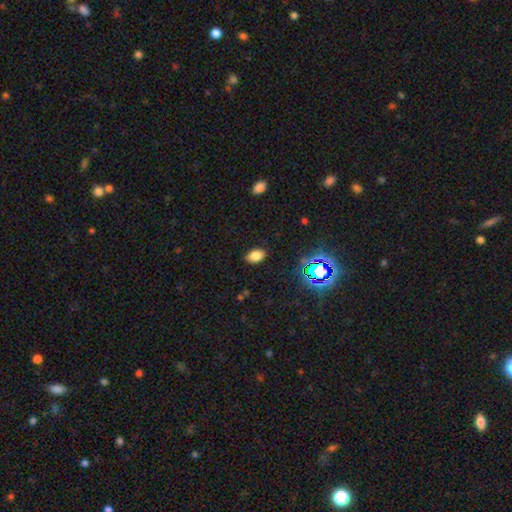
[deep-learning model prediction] smooth 77%, star or artifact 16%, featured or disk 7%. Down the decision tree: how rounded — in between (88%); merging — none (86%).